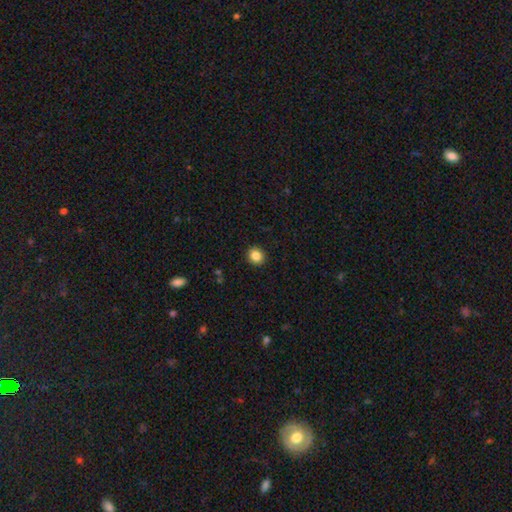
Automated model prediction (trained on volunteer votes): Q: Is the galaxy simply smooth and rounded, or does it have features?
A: smooth — 85%.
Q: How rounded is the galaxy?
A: round — 83%.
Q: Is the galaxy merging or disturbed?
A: none — 92%.